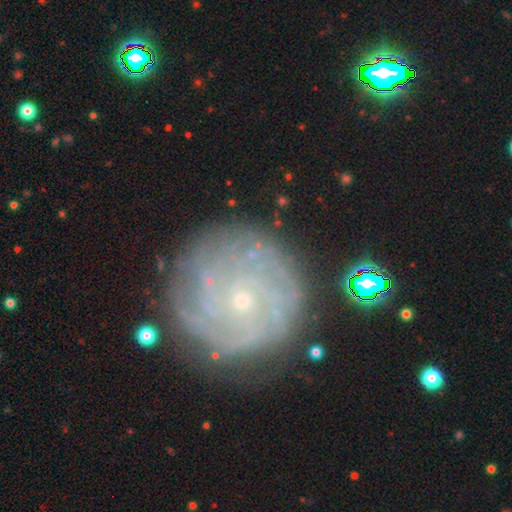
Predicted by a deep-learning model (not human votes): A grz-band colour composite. It shows a featured or disk galaxy (75%) with no bar (79%), tight (76%) spiral arms (89%) and a small central bulge (76%). Merging: none (79%).